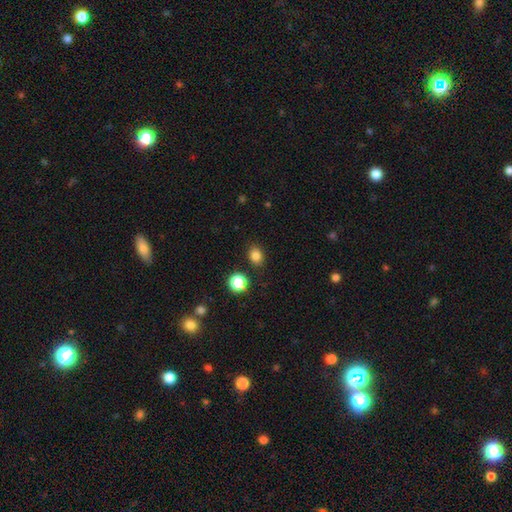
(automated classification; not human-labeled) smooth_or_featured: smooth (p=0.83) [alt: star or artifact p=0.13]
how_rounded: round (p=0.51) [alt: in between p=0.48]
merging: none (p=0.86) [alt: minor disturbance p=0.09]